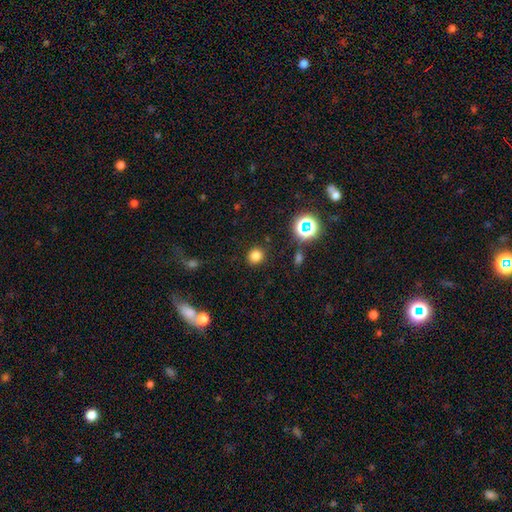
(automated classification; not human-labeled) Smooth or featured? smooth (79%)
How rounded? round (81%)
Merging? none (88%)